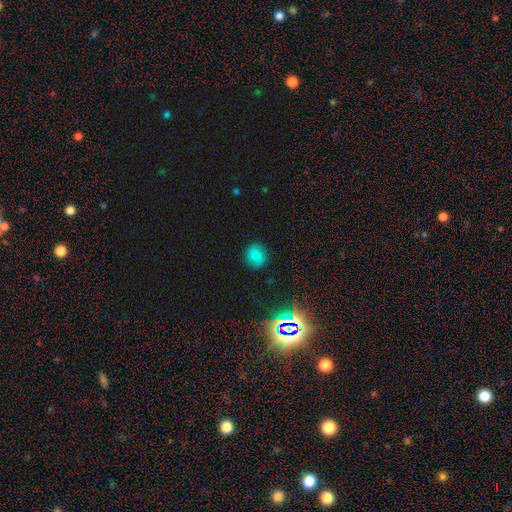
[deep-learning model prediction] Overall: smooth (74%). How rounded: round (80%). Merging: none (84%).